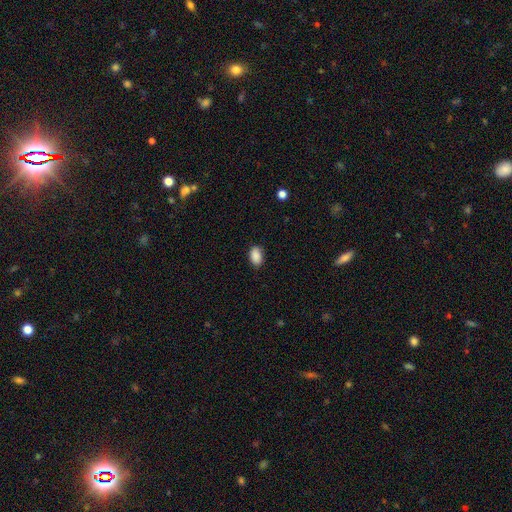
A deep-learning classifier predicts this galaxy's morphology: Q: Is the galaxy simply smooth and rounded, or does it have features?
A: smooth — 89%.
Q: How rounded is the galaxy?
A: in between — 89%.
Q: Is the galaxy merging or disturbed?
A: none — 81%.